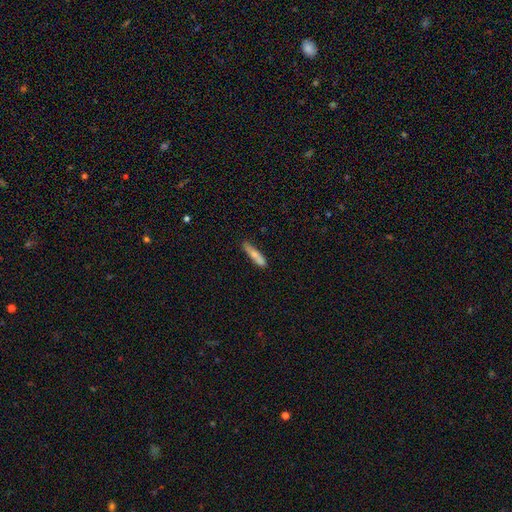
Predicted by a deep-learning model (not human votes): Smooth or featured?
  - smooth: 71% *
  - featured or disk: 24%
  - star or artifact: 6%
How rounded?
  - cigar-shaped: 84% *
  - in between: 14%
  - round: 2%
Merging?
  - none: 74% *
  - minor disturbance: 18%
  - merger: 5%
  - major disturbance: 3%